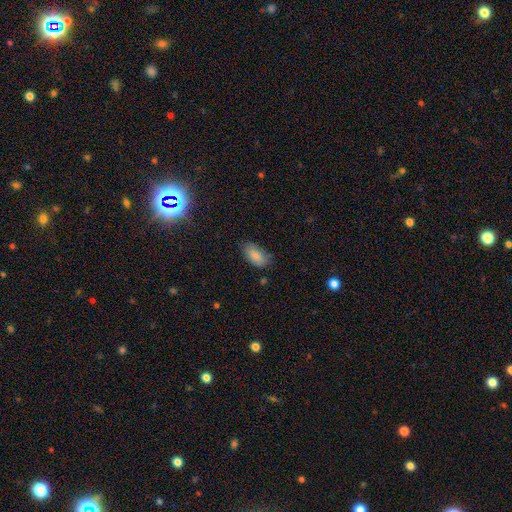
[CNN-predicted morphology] A smooth galaxy with no disk features (85%) that is in between round and cigar-shaped (93%). Merging: none (74%).